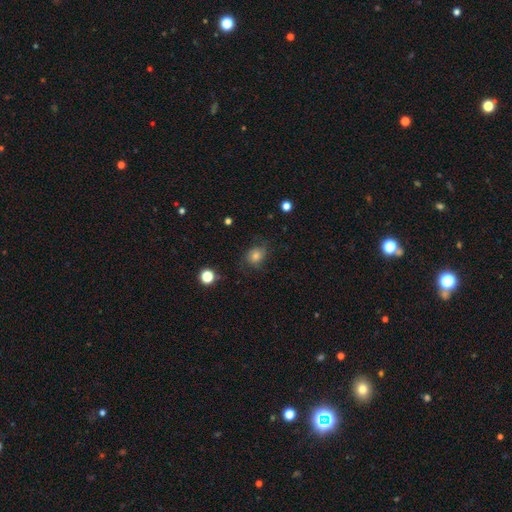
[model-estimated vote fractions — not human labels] A smooth galaxy with no disk features (62%) that is round (64%). Merging: none (67%).